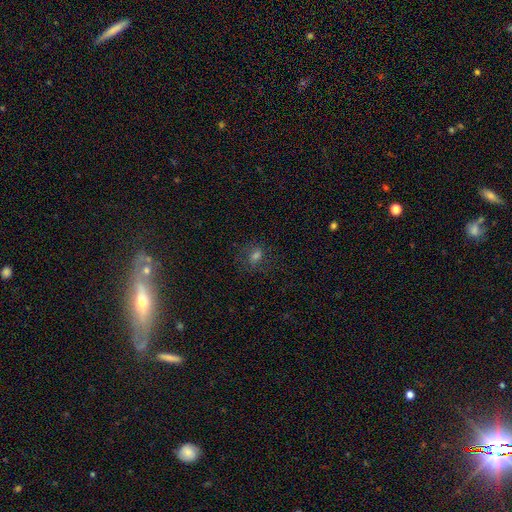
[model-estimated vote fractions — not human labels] The model was most divided on "smooth or featured": smooth: 50%, star or artifact: 31%, featured or disk: 19%. More confident: merging — none (72%).